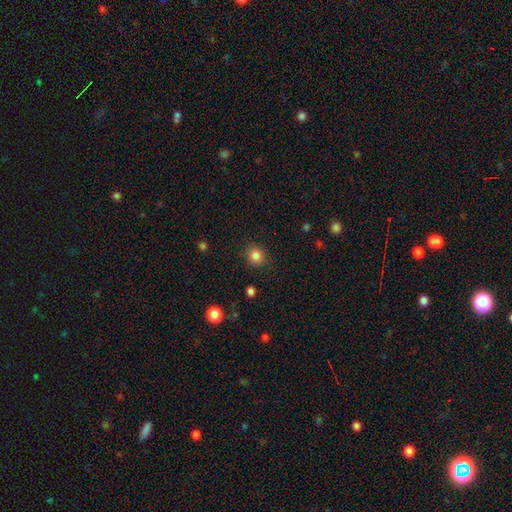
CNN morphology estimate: This appears to be a smooth galaxy with no disk features (84%) that is round (80%). Merging: none (88%).